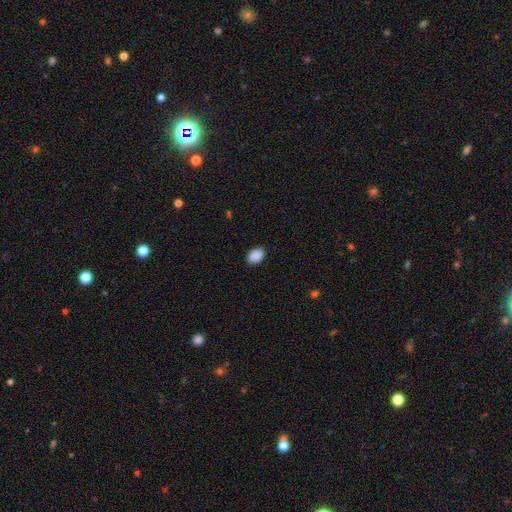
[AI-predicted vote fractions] This appears to be a smooth galaxy with no disk features (90%) that is in between round and cigar-shaped (84%). Merging: none (86%).